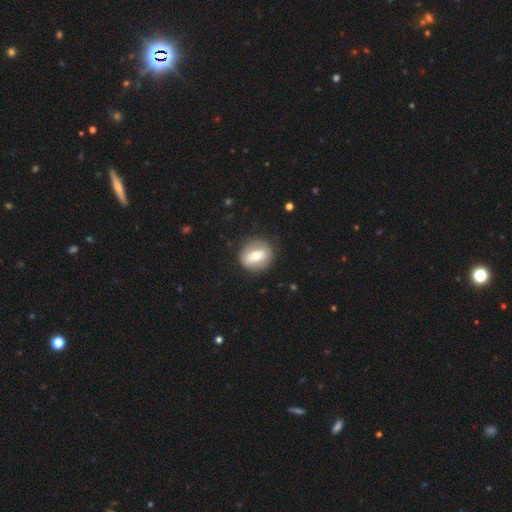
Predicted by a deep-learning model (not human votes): Smooth or featured? Predicted: smooth (p=0.53). How rounded? Predicted: round (p=0.72). Merging? Predicted: none (p=0.83).